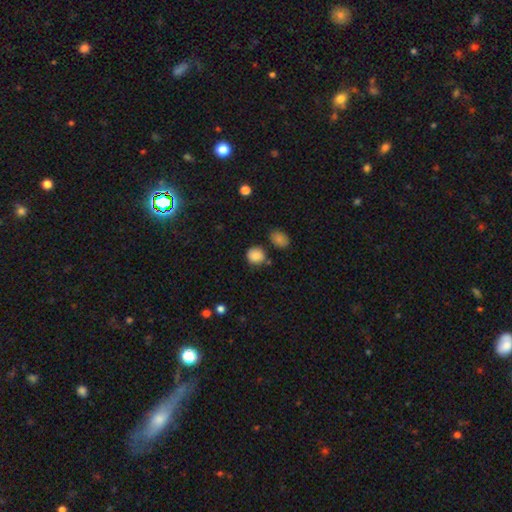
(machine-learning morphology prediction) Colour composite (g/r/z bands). It shows a smooth galaxy with no disk features (86%) that is round (85%). Merging: none (76%).